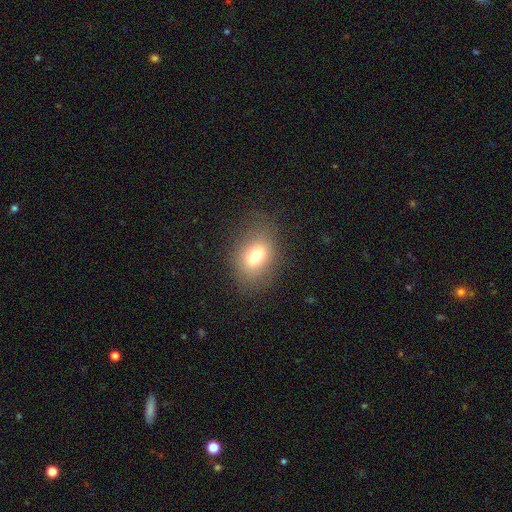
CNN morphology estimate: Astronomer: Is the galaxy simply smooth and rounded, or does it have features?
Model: smooth — 73%.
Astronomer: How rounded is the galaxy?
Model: in between — 70%.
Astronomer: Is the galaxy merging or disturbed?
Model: none — 76%.